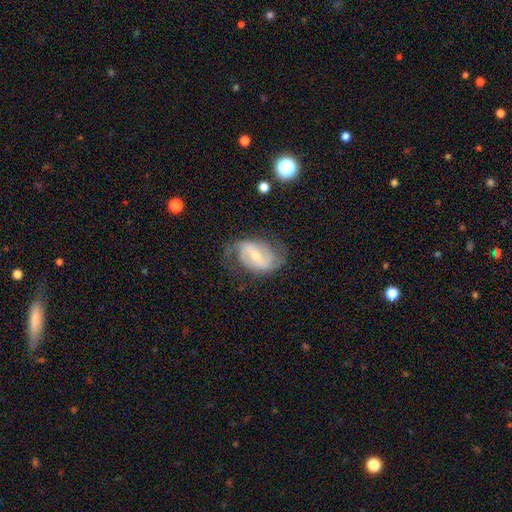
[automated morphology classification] Smooth or featured? featured or disk (78%)
Edge-on disk? no (96%)
Bar? weak (46%)
Spiral arms? yes (91%)
Spiral winding? medium (45%)
Spiral arm count? 2 (78%)
Bulge size? small (53%)
Merging? none (62%)